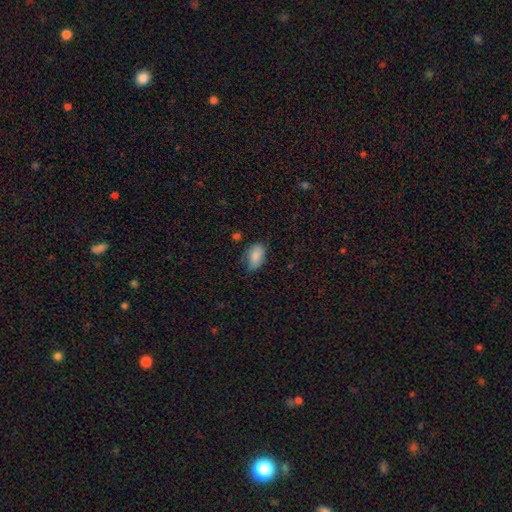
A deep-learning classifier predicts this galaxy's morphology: smooth-or-featured: smooth: 84% | featured or disk: 9% | star or artifact: 7%
  how-rounded: in between: 89% | round: 10% | cigar-shaped: 1%
  merging: none: 60% | minor disturbance: 31% | major disturbance: 7% | merger: 2%